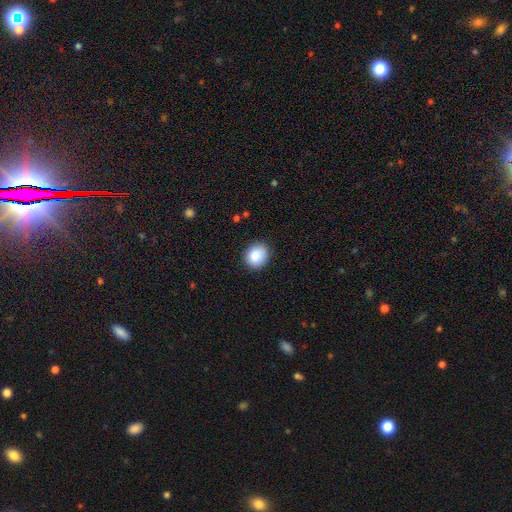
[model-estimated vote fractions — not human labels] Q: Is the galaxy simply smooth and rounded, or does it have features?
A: smooth — 87%.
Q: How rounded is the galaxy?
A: round — 75%.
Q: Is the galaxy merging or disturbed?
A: none — 87%.